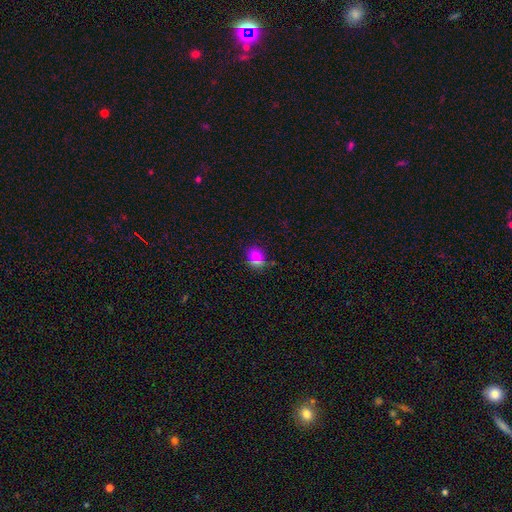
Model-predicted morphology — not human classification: smooth_or_featured: smooth (p=0.70) [alt: star or artifact p=0.21]
how_rounded: round (p=0.80) [alt: in between p=0.19]
merging: none (p=0.78) [alt: minor disturbance p=0.11]